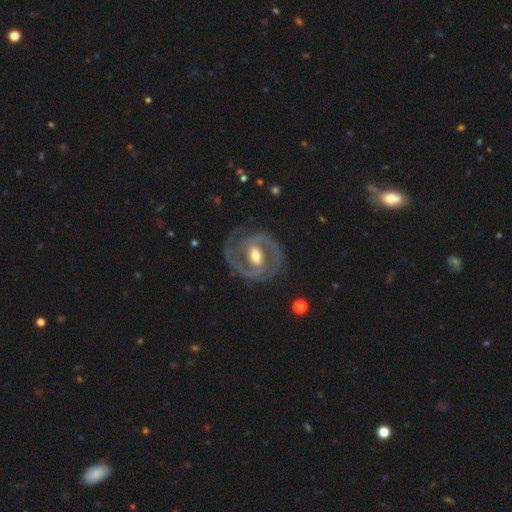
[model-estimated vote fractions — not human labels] smooth_or_featured: featured or disk (p=0.90) [alt: smooth p=0.06]
disk_edge_on: no (p=0.97) [alt: yes p=0.03]
bar: weak (p=0.45) [alt: strong p=0.36]
has_spiral_arms: yes (p=0.95) [alt: no p=0.05]
spiral_winding: tight (p=0.51) [alt: medium p=0.42]
spiral_arm_count: 2 (p=0.82) [alt: 3 p=0.06]
bulge_size: moderate (p=0.72) [alt: small p=0.15]
merging: none (p=0.77) [alt: minor disturbance p=0.15]